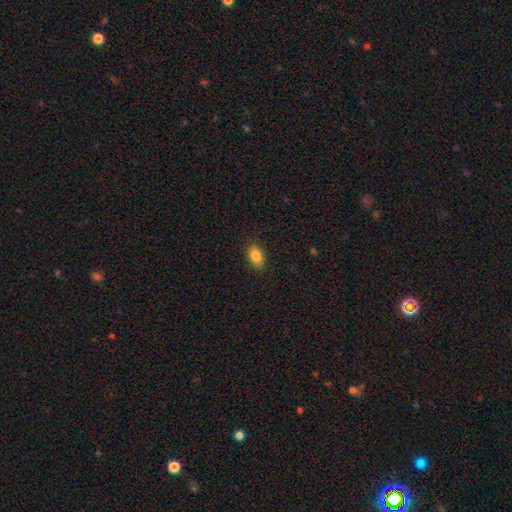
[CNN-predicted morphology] Q: Smooth or featured?
A: smooth (85%); runner-up: star or artifact (9%)
Q: How rounded?
A: in between (85%); runner-up: round (14%)
Q: Merging?
A: none (88%); runner-up: minor disturbance (9%)